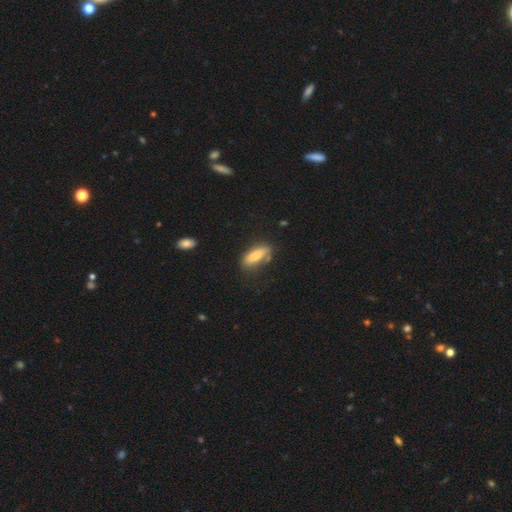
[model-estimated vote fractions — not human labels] This is clearly a smooth galaxy (82%). How rounded: likely in between (66%). Merging: likely none (63%).